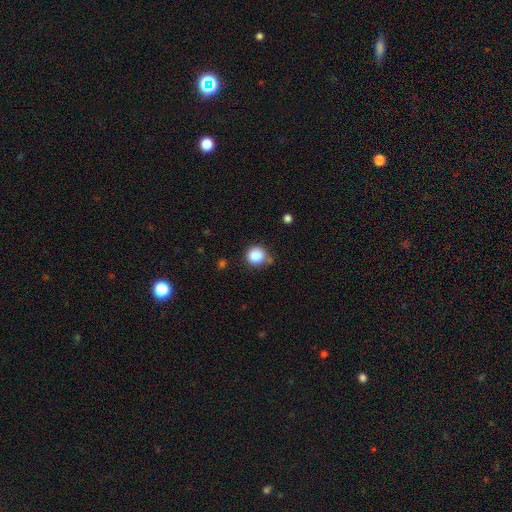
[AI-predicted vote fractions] This is clearly a smooth galaxy (87%). How rounded: clearly round (90%). Merging: likely none (70%).